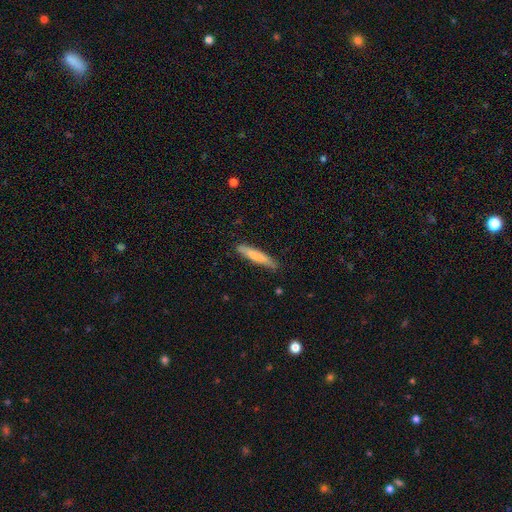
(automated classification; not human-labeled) This is likely a smooth galaxy (74%). How rounded: clearly cigar-shaped (91%). Merging: clearly none (80%).